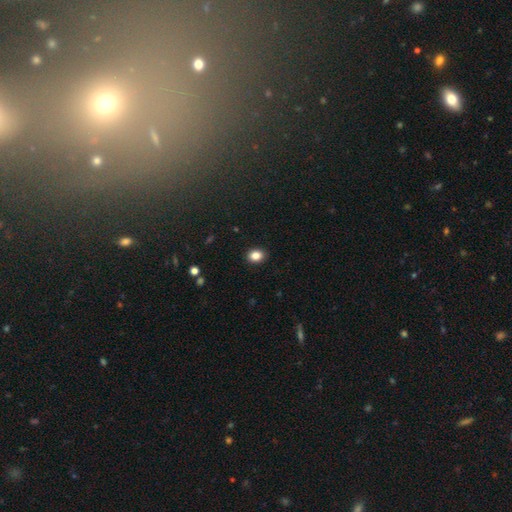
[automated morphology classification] Overall: smooth (85%). How rounded: in between (61%; round 38%). Merging: none (90%).